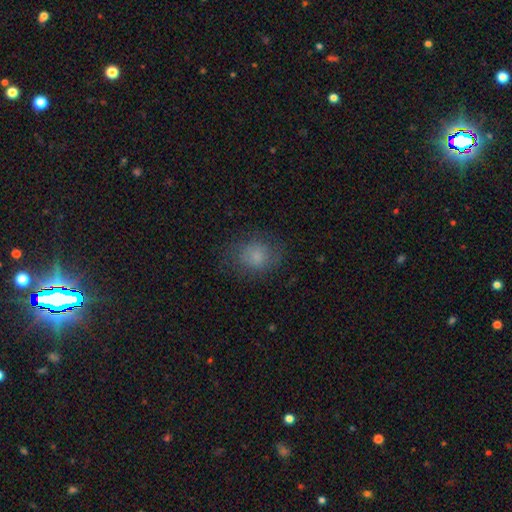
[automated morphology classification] Smooth or featured? smooth (75%)
How rounded? round (55%)
Merging? none (71%)